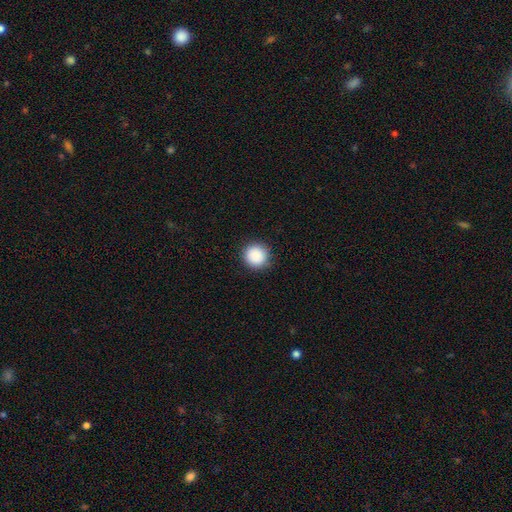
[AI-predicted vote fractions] Smooth or featured?
  - smooth: 89% *
  - star or artifact: 8%
  - featured or disk: 3%
How rounded?
  - round: 95% *
  - in between: 4%
  - cigar-shaped: 1%
Merging?
  - none: 91% *
  - minor disturbance: 6%
  - major disturbance: 2%
  - merger: 1%